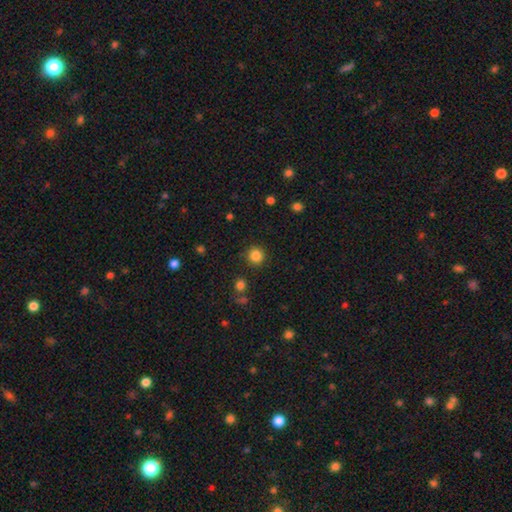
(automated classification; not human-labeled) Morphology: type=smooth (84%); roundness=round (94%); merging=none (89%).